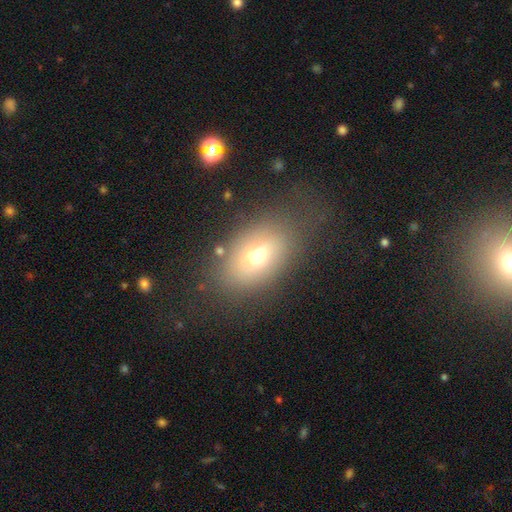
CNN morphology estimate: This is likely a smooth galaxy (66%). How rounded: likely in between (78%). Merging: likely none (65%).